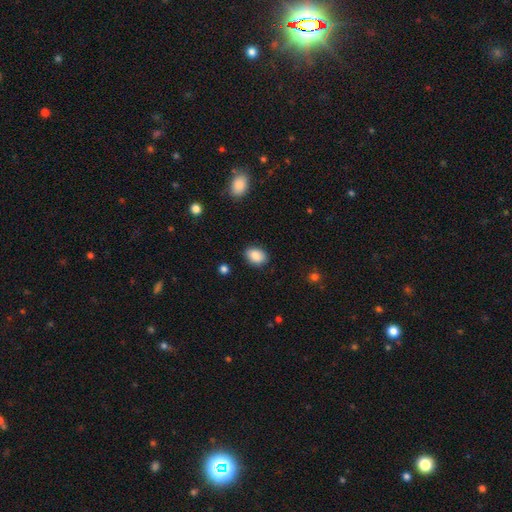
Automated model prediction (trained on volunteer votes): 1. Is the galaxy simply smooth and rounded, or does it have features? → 87% smooth, 8% star or artifact, 5% featured or disk.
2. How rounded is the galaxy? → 77% in between, 22% round, 1% cigar-shaped.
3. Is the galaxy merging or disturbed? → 85% none, 11% minor disturbance, 2% major disturbance, 1% merger.